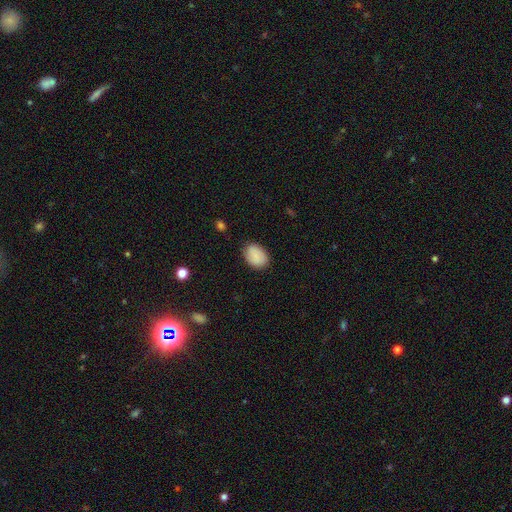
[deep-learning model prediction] The model was most divided on "how rounded": in between: 78%, round: 21%, cigar-shaped: 1%. More confident: smooth or featured — smooth (87%); merging — none (81%).